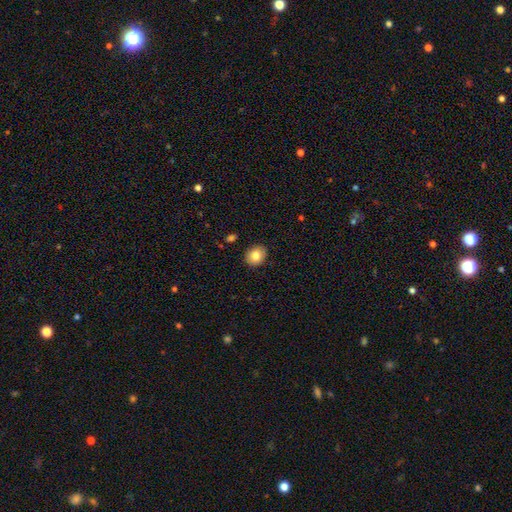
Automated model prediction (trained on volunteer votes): Smooth or featured: smooth — 82% (featured or disk — 9%)
How rounded: round — 59% (in between — 40%)
Merging: none — 89% (minor disturbance — 8%)